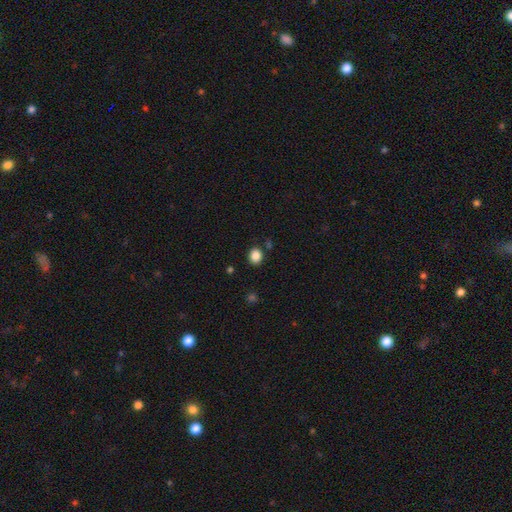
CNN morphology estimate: This appears to be a smooth galaxy with no disk features (87%) that is round (64%). Merging: none (85%).